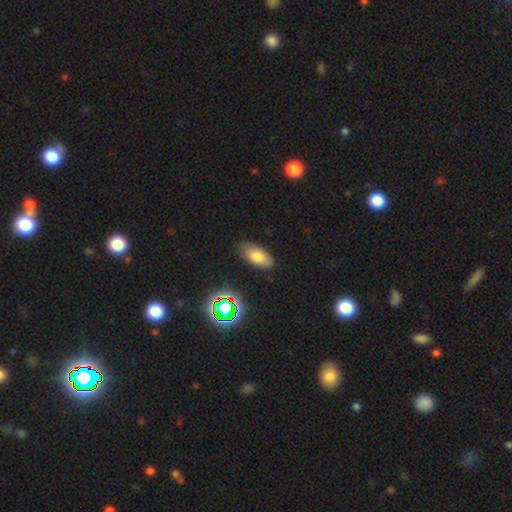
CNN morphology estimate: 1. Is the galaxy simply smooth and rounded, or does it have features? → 76% smooth, 12% featured or disk, 12% star or artifact.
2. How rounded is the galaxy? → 89% in between, 7% cigar-shaped, 3% round.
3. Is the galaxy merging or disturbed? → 83% none, 13% minor disturbance, 3% major disturbance, 2% merger.